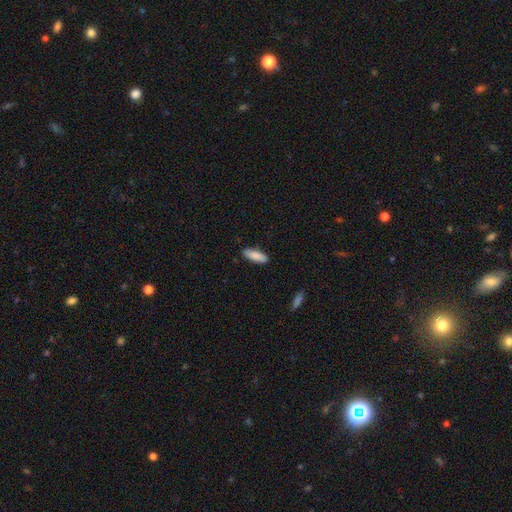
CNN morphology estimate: Smooth or featured? Predicted: smooth (p=0.87). How rounded? Predicted: in between (p=0.54). Merging? Predicted: none (p=0.88).